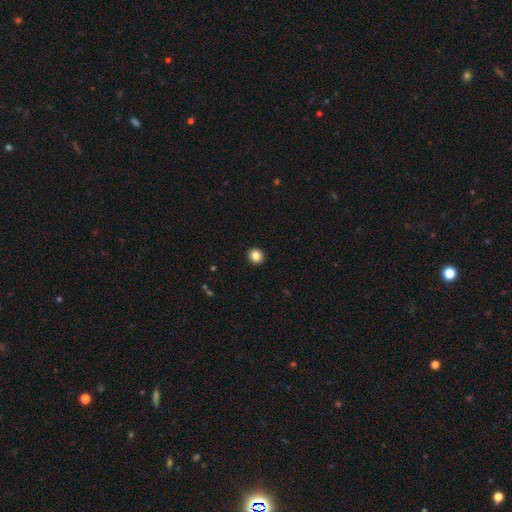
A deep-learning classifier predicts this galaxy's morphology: The model was most divided on "how rounded": round: 84%, in between: 15%, cigar-shaped: 1%. More confident: merging — none (93%); smooth or featured — smooth (85%).